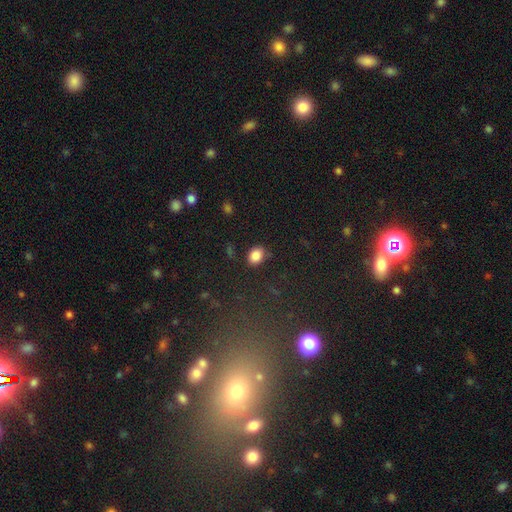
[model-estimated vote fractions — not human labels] smooth-or-featured: smooth: 85% | star or artifact: 10% | featured or disk: 5%
  how-rounded: in between: 61% | round: 38% | cigar-shaped: 1%
  merging: none: 78% | minor disturbance: 15% | major disturbance: 4% | merger: 3%